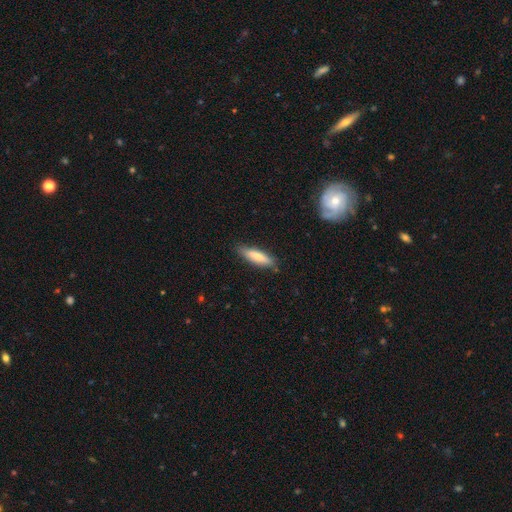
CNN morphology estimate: A smooth galaxy with no disk features (75%) that is cigar-shaped (68%). Merging: none (82%).